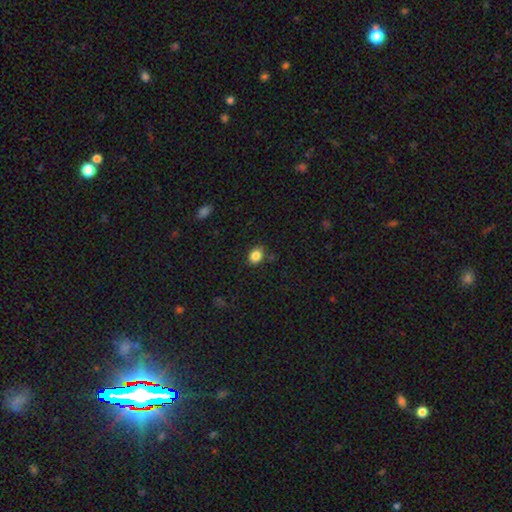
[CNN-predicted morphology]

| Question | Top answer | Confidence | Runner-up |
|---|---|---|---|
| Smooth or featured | smooth | 85% | star or artifact (10%) |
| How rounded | in between | 52% | round (47%) |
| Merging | none | 81% | minor disturbance (13%) |